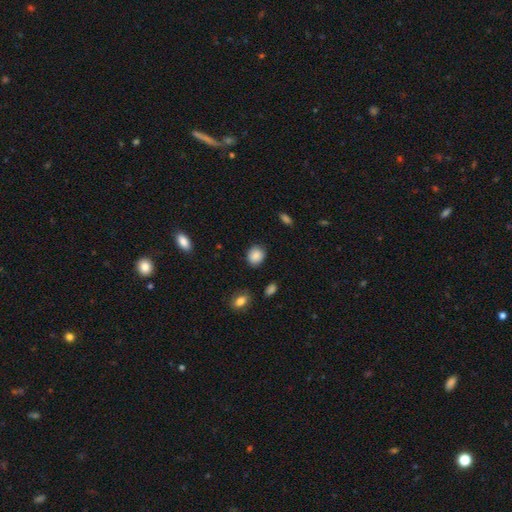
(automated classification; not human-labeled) Smooth or featured?
  - smooth: 87% *
  - star or artifact: 8%
  - featured or disk: 5%
How rounded?
  - round: 70% *
  - in between: 29%
  - cigar-shaped: 1%
Merging?
  - none: 85% *
  - minor disturbance: 11%
  - major disturbance: 3%
  - merger: 1%